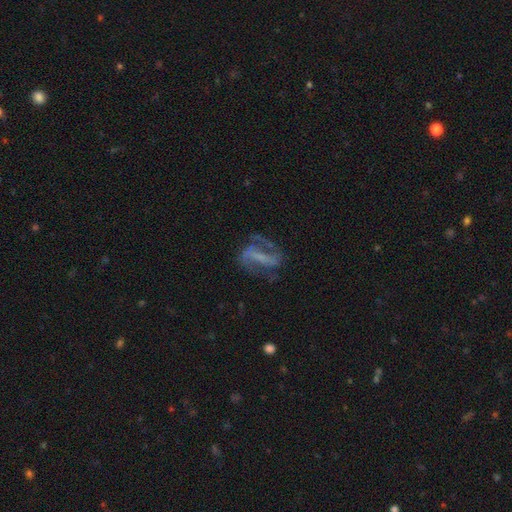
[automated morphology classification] The model was most divided on "spiral winding" (2-way tie): medium: 41%, loose: 41%, tight: 18%. More confident: edge-on disk — no (92%); spiral arms — yes (85%); spiral arm count — 2 (83%); smooth or featured — featured or disk (76%); merging — none (62%); bar — strong (59%); bulge size — none (52%).